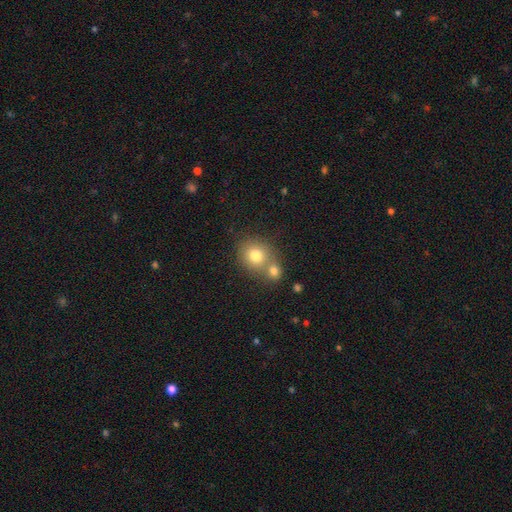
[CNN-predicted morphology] The model was most divided on "merging": none: 47%, merger: 42%, minor disturbance: 8%, major disturbance: 3%. More confident: how rounded — round (77%); smooth or featured — smooth (76%).